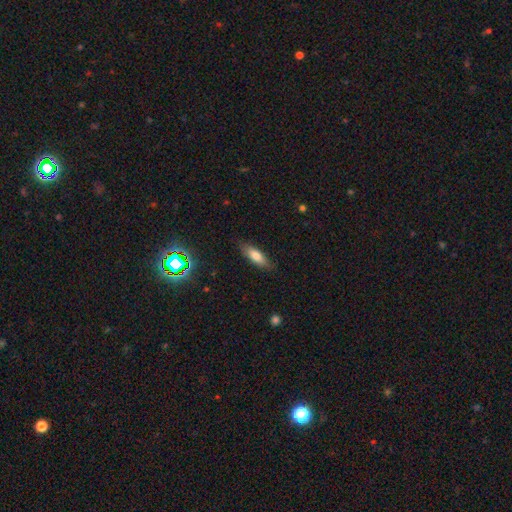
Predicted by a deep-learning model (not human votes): This appears to be a smooth galaxy with no disk features (73%) that is in between round and cigar-shaped (56%). Merging: none (83%).